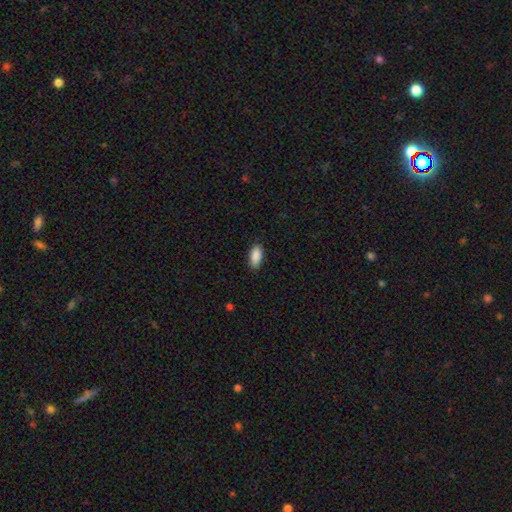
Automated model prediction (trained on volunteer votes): A smooth galaxy with no disk features (90%) that is in between round and cigar-shaped (89%). Merging: none (86%).